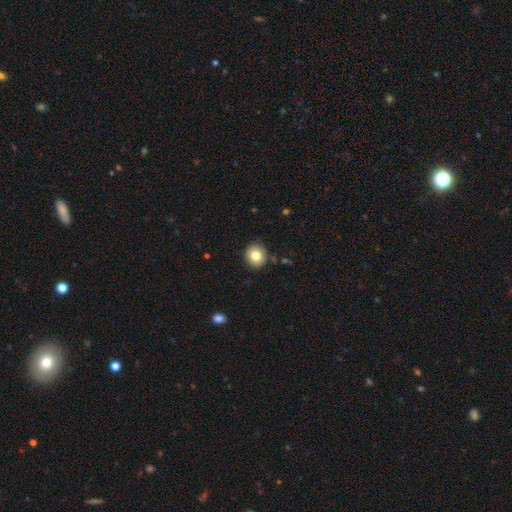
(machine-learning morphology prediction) Q: Smooth or featured?
A: smooth (80%); runner-up: star or artifact (10%)
Q: How rounded?
A: round (86%); runner-up: in between (13%)
Q: Merging?
A: none (88%); runner-up: minor disturbance (8%)